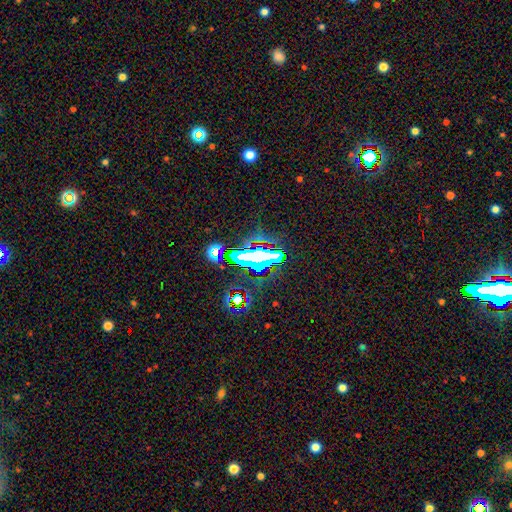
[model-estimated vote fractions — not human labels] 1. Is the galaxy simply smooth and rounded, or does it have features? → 68% star or artifact, 17% smooth, 15% featured or disk.